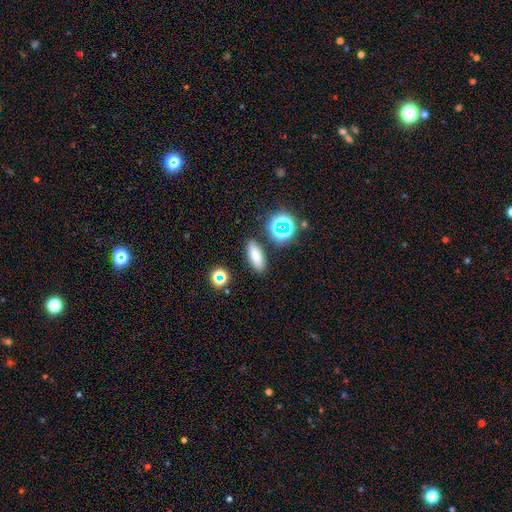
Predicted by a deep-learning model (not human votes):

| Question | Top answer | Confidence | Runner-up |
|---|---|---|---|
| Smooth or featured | smooth | 75% | star or artifact (16%) |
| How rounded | in between | 68% | cigar-shaped (26%) |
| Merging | none | 85% | minor disturbance (8%) |